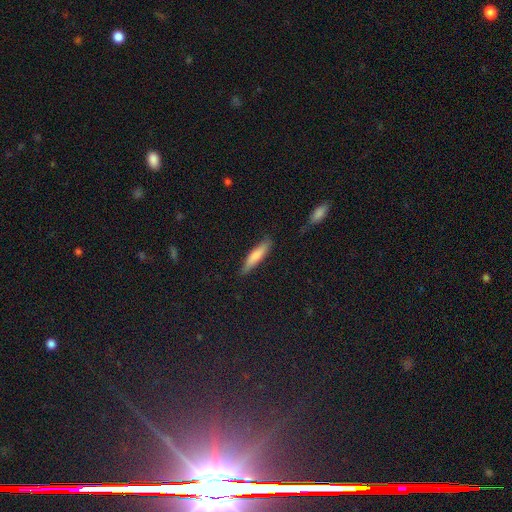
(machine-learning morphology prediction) This is likely a smooth galaxy (73%). How rounded: clearly cigar-shaped (80%). Merging: clearly none (81%).